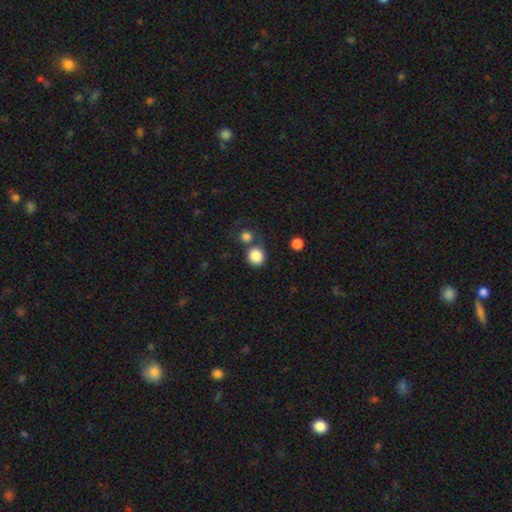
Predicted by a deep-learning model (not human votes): This appears to be a smooth galaxy with no disk features (86%) that is round (88%). Merging: none (66%).